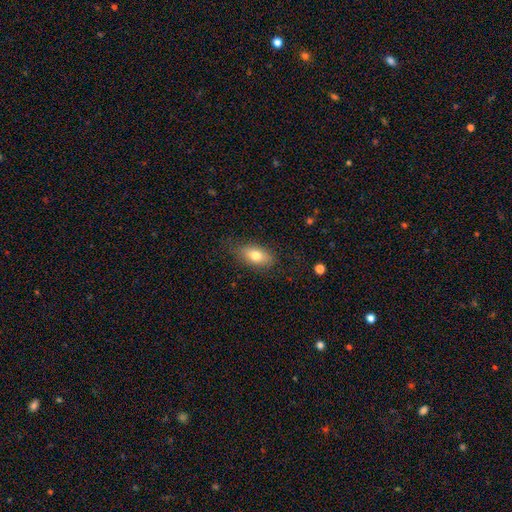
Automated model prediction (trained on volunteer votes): A smooth galaxy with no disk features (75%) that is in between round and cigar-shaped (88%).

Vote fractions:
- Smooth or featured? smooth: 75% / featured or disk: 17% / star or artifact: 8%
- How rounded? in between: 88% / round: 6% / cigar-shaped: 6%
- Merging? none: 77% / minor disturbance: 17% / major disturbance: 5% / merger: 1%